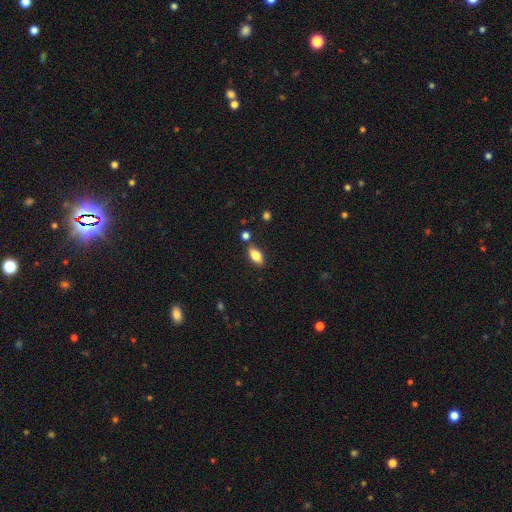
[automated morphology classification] type=smooth (82%); roundness=in between (89%); merging=none (80%).